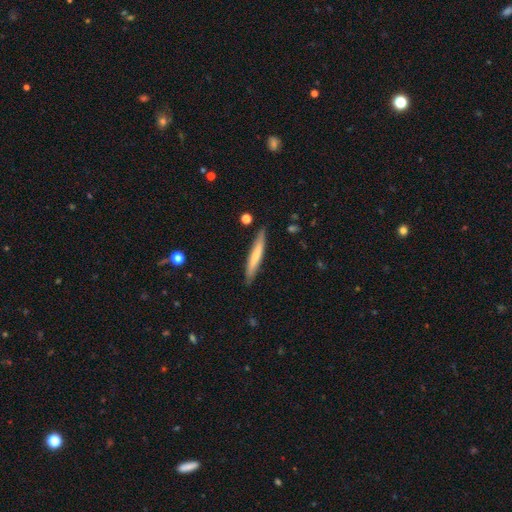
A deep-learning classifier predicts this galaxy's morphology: This appears to be a smooth galaxy with no disk features (61%) that is cigar-shaped (93%). Merging: none (85%).